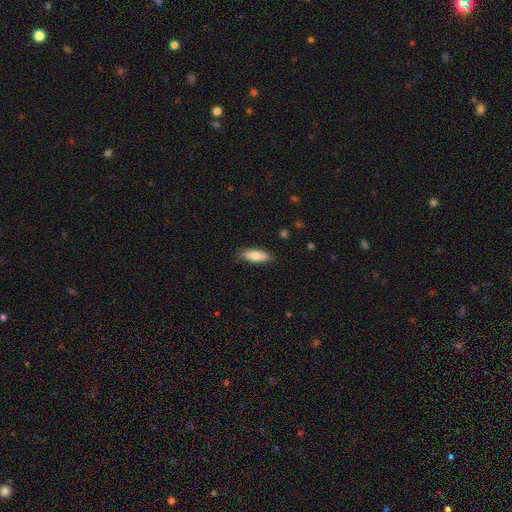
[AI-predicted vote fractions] This appears to be a smooth galaxy with no disk features (80%) that is in between round and cigar-shaped (63%). Merging: none (86%).